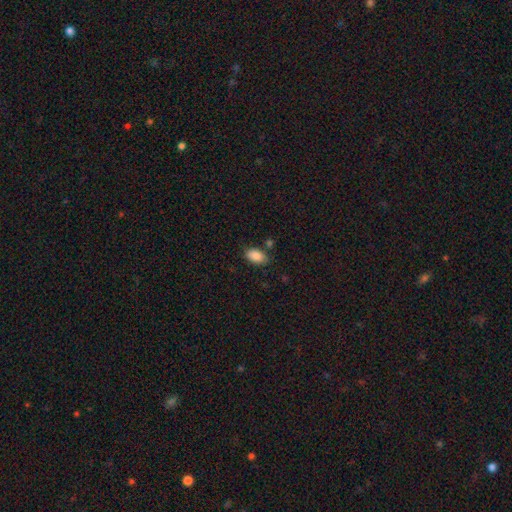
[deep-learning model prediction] smooth_or_featured: smooth (p=0.88) [alt: star or artifact p=0.08]
how_rounded: in between (p=0.91) [alt: round p=0.07]
merging: none (p=0.79) [alt: minor disturbance p=0.13]